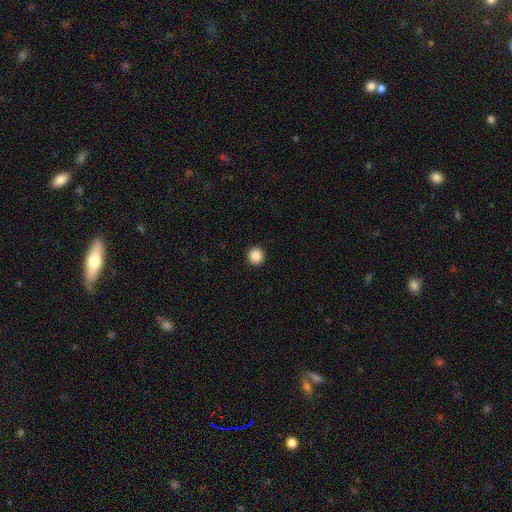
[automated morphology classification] smooth-or-featured: smooth: 88% | star or artifact: 9% | featured or disk: 3%
  how-rounded: round: 94% | in between: 5% | cigar-shaped: 1%
  merging: none: 93% | minor disturbance: 4% | major disturbance: 2% | merger: 1%